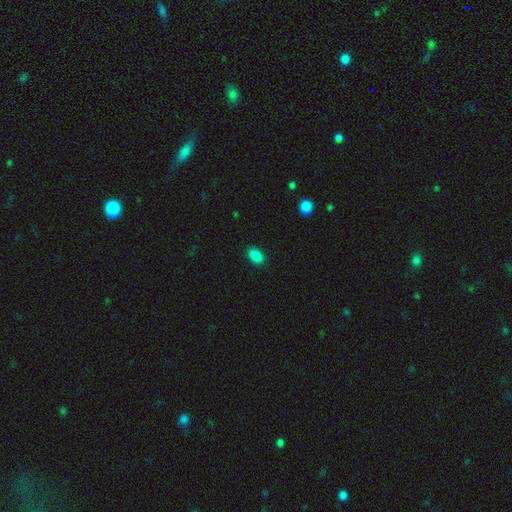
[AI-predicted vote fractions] smooth-or-featured: smooth: 87% | star or artifact: 9% | featured or disk: 3%
  how-rounded: in between: 86% | round: 12% | cigar-shaped: 1%
  merging: none: 88% | minor disturbance: 8% | major disturbance: 2% | merger: 1%